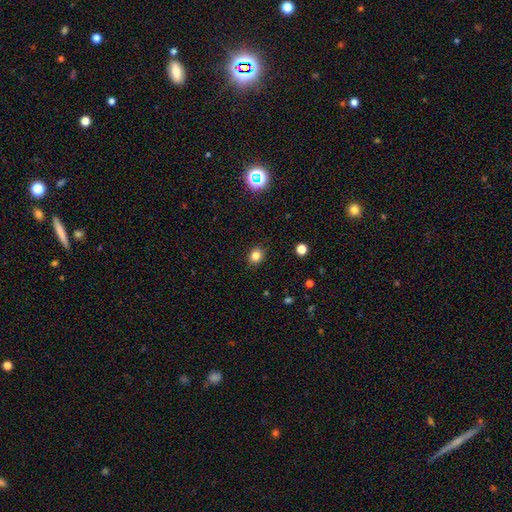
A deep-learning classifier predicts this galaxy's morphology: Q: Smooth or featured?
A: smooth (81%); runner-up: star or artifact (13%)
Q: How rounded?
A: round (61%); runner-up: in between (39%)
Q: Merging?
A: none (88%); runner-up: minor disturbance (8%)